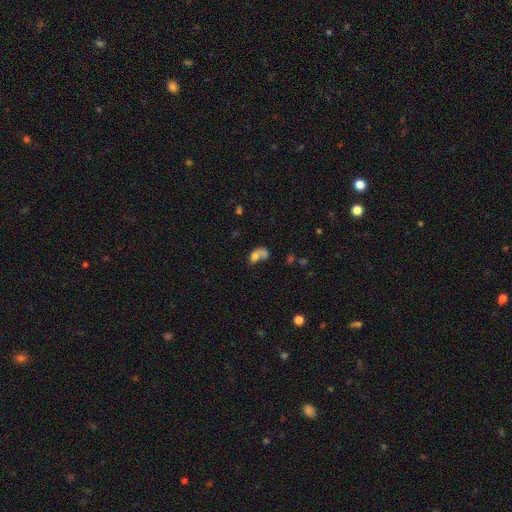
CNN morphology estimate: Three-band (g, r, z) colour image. It shows a smooth galaxy with no disk features (63%) that is in between round and cigar-shaped (72%). Merging: merger (47%).